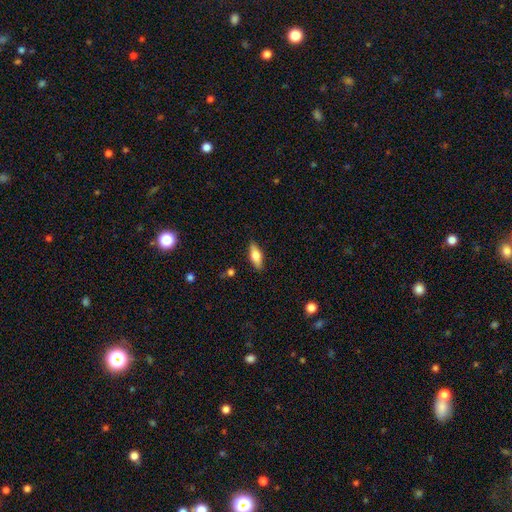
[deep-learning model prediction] smooth_or_featured: smooth (p=0.66) [alt: featured or disk p=0.27]
how_rounded: in between (p=0.71) [alt: cigar-shaped p=0.26]
merging: none (p=0.87) [alt: minor disturbance p=0.10]